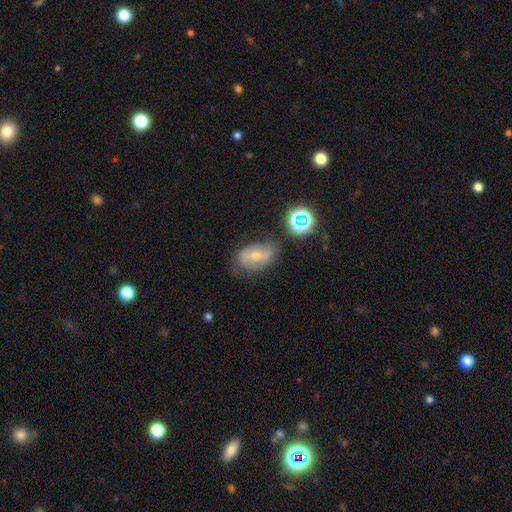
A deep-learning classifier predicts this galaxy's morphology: Smooth or featured: featured or disk — 50% (smooth — 36%)
Merging: none — 60% (minor disturbance — 26%)